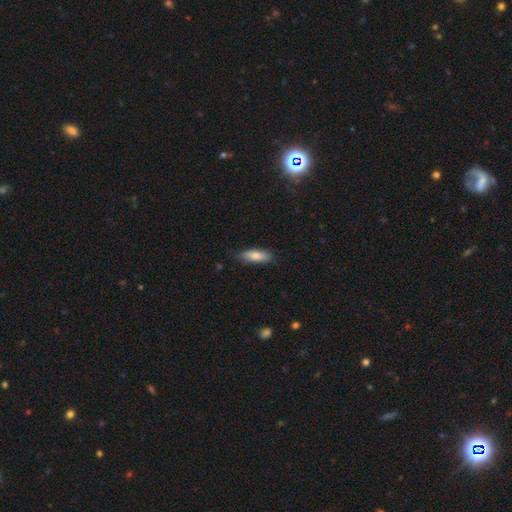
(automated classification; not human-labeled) smooth-or-featured: smooth: 77% | featured or disk: 16% | star or artifact: 6%
  how-rounded: in between: 58% | cigar-shaped: 40% | round: 2%
  merging: none: 81% | minor disturbance: 16% | major disturbance: 2% | merger: 1%